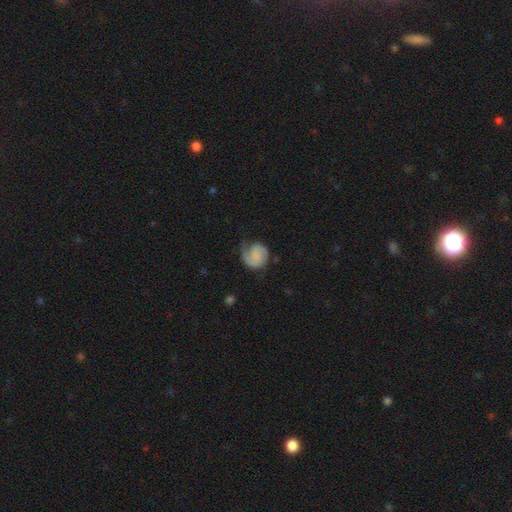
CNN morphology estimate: Q: Smooth or featured?
A: featured or disk (63%); runner-up: smooth (30%)
Q: Edge-on disk?
A: no (98%); runner-up: yes (2%)
Q: Bar?
A: no (61%); runner-up: weak (32%)
Q: Spiral arms?
A: yes (94%); runner-up: no (6%)
Q: Spiral winding?
A: medium (39%); runner-up: tight (38%)
Q: Spiral arm count?
A: 1 (47%); runner-up: 2 (43%)
Q: Bulge size?
A: none (58%); runner-up: small (25%)
Q: Merging?
A: none (55%); runner-up: minor disturbance (24%)